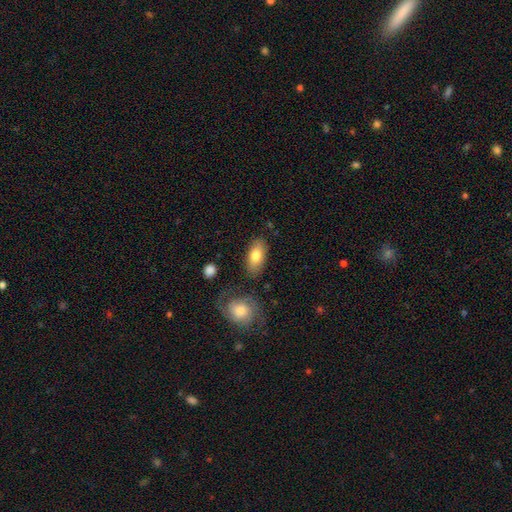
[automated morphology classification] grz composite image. It shows a smooth galaxy with no disk features (77%) that is in between round and cigar-shaped (89%). Merging: none (80%).